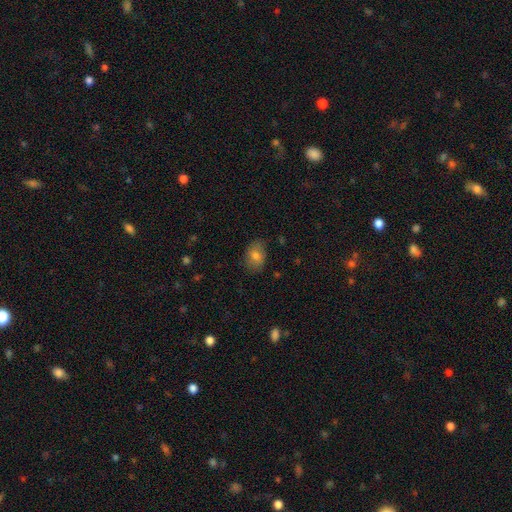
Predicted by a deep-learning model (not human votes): Morphology: type=smooth (75%); roundness=in between (77%); merging=none (79%).